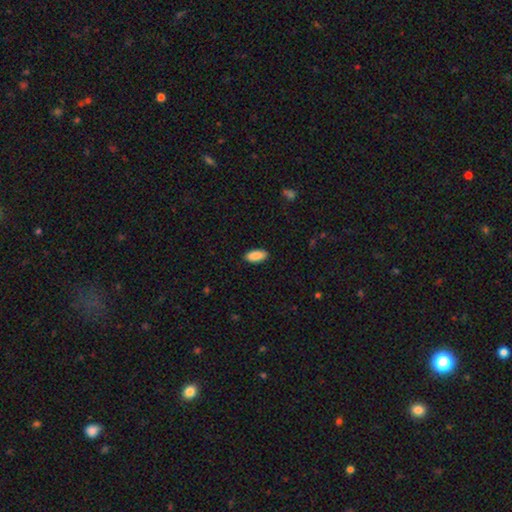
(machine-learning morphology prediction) This appears to be a smooth galaxy with no disk features (90%) that is in between round and cigar-shaped (90%). Merging: none (90%).